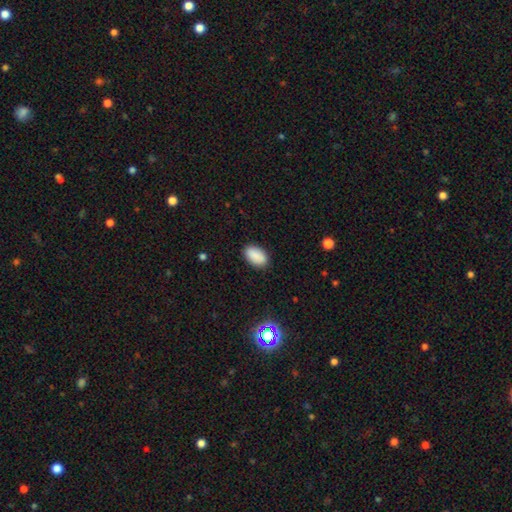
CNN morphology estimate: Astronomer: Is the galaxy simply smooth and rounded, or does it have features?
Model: smooth — 89%.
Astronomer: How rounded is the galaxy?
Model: in between — 93%.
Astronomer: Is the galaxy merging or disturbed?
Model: none — 88%.